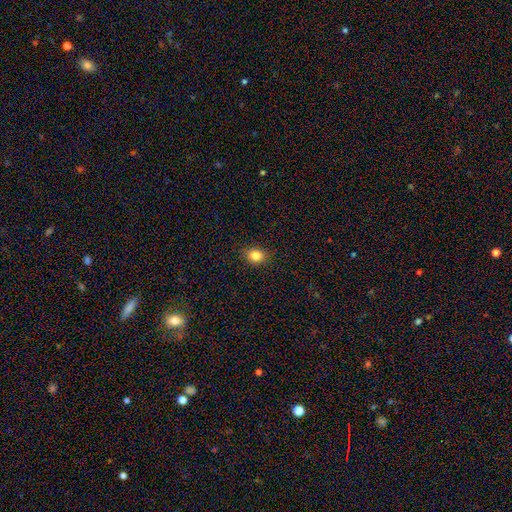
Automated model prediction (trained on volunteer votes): Smooth or featured? Predicted: smooth (p=0.83). How rounded? Predicted: in between (p=0.51). Merging? Predicted: none (p=0.89).